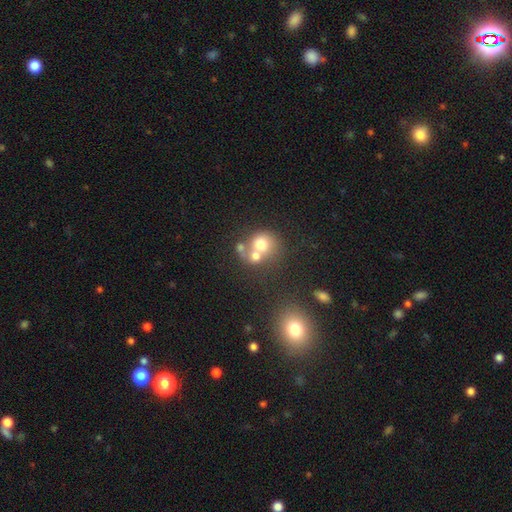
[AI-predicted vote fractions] The model was most divided on "merging": merger: 57%, none: 29%, minor disturbance: 8%, major disturbance: 6%. More confident: how rounded — round (75%); smooth or featured — smooth (64%).